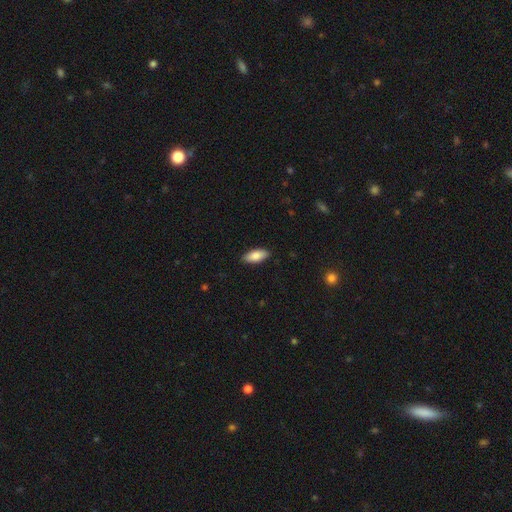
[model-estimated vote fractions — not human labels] Morphology: type=smooth (85%); roundness=in between (84%); merging=none (88%).